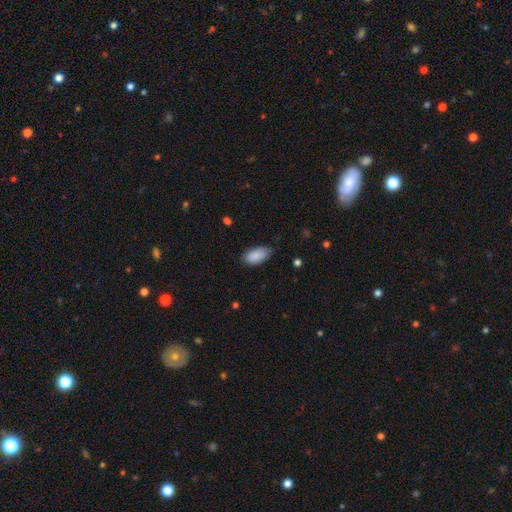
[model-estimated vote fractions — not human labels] This is clearly a smooth galaxy (89%). How rounded: clearly in between (93%). Merging: likely none (77%).